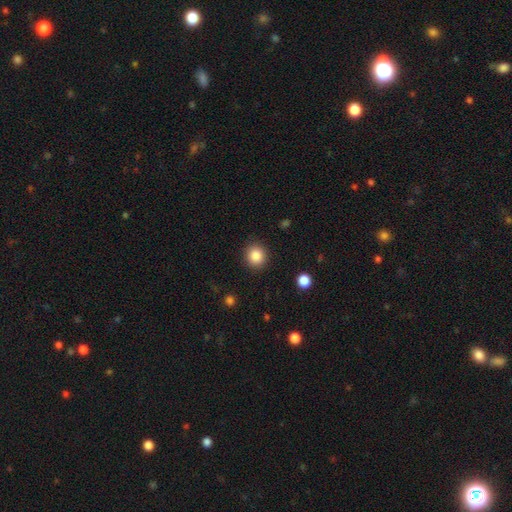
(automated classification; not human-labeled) Smooth or featured: smooth — 86% (star or artifact — 10%)
How rounded: round — 86% (in between — 13%)
Merging: none — 90% (minor disturbance — 6%)